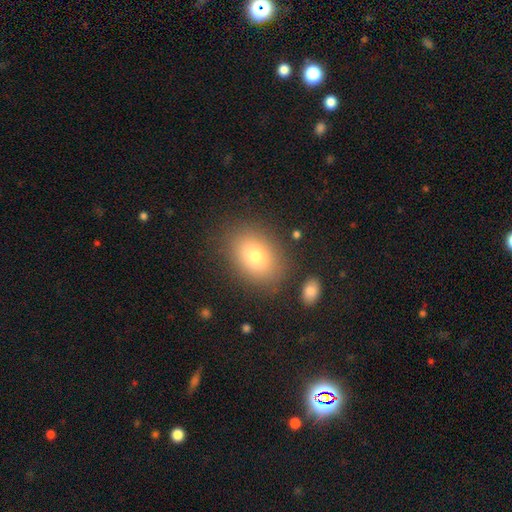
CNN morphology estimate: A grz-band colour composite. It shows a smooth galaxy with no disk features (75%) that is in between round and cigar-shaped (73%). Merging: none (84%).